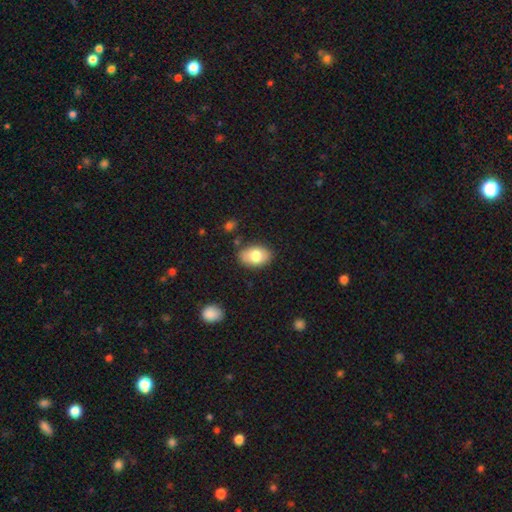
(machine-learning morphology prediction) smooth_or_featured: smooth (p=0.78) [alt: featured or disk p=0.14]
how_rounded: in between (p=0.88) [alt: round p=0.11]
merging: none (p=0.82) [alt: minor disturbance p=0.13]